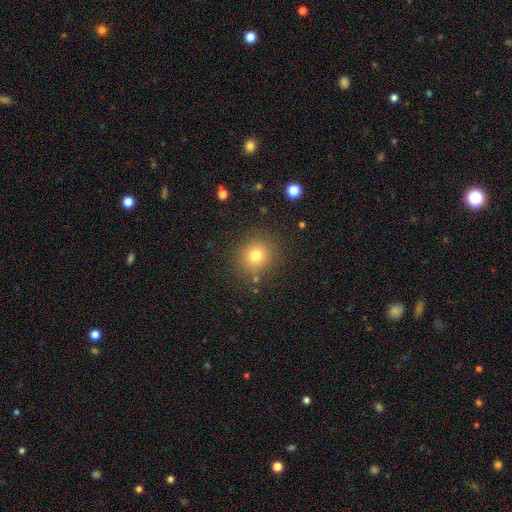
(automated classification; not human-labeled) Smooth or featured? Predicted: smooth (p=0.75). How rounded? Predicted: round (p=0.89). Merging? Predicted: none (p=0.86).